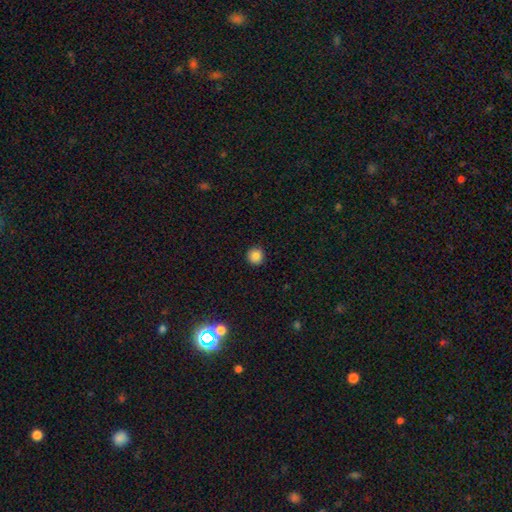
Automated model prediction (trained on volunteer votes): Smooth or featured: smooth — 84% (star or artifact — 10%)
How rounded: round — 95% (in between — 4%)
Merging: none — 92% (minor disturbance — 6%)